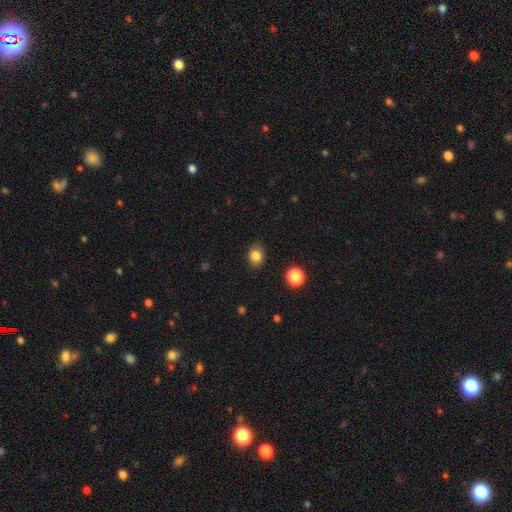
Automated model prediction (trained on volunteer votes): smooth 83%, star or artifact 11%, featured or disk 6%. Down the decision tree: how rounded — in between (53%); merging — none (85%).